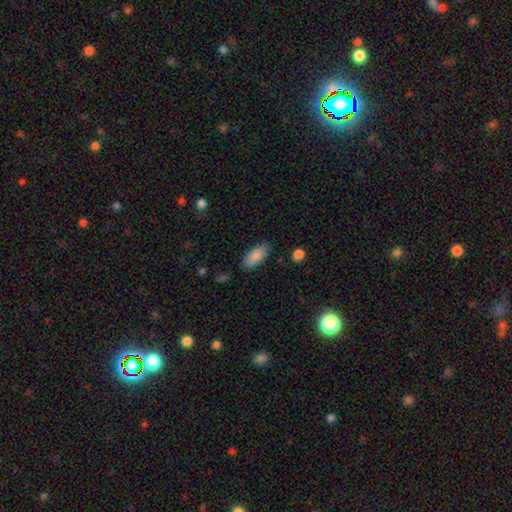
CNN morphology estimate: Smooth or featured: smooth — 87% (star or artifact — 6%)
How rounded: in between — 89% (cigar-shaped — 9%)
Merging: none — 84% (minor disturbance — 12%)